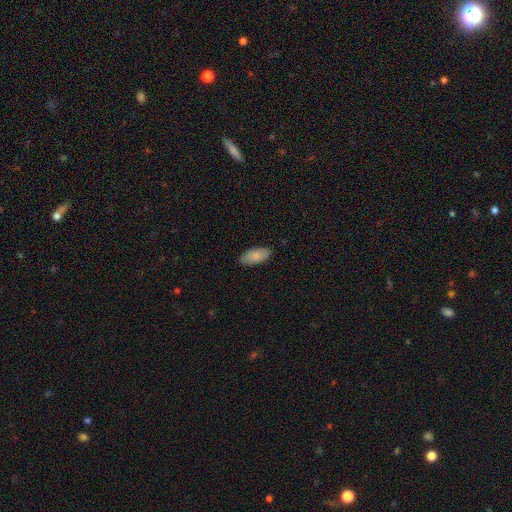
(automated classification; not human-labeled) smooth 81%, featured or disk 13%, star or artifact 6%. Down the decision tree: how rounded — in between (91%); merging — none (86%).